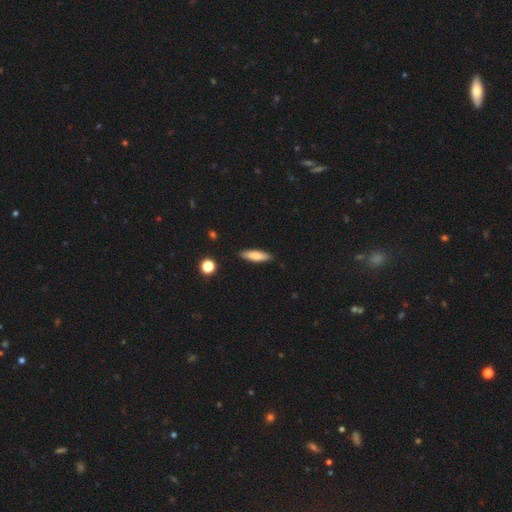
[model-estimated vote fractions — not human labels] smooth-or-featured: smooth: 74% | featured or disk: 19% | star or artifact: 7%
  how-rounded: cigar-shaped: 60% | in between: 38% | round: 2%
  merging: none: 88% | minor disturbance: 9% | major disturbance: 2% | merger: 2%